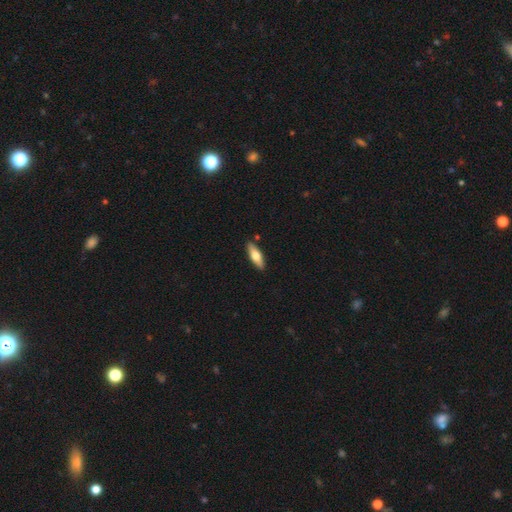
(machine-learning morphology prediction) A smooth galaxy with no disk features (64%) that is in between round and cigar-shaped (52%). Merging: none (88%).